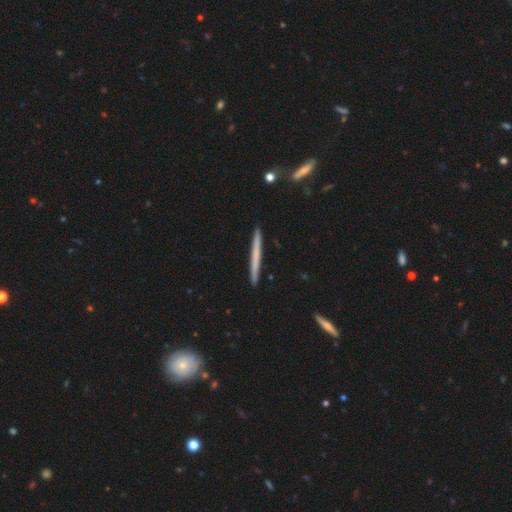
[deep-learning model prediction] smooth_or_featured: smooth (p=0.54) [alt: featured or disk p=0.41]
how_rounded: cigar-shaped (p=0.97) [alt: in between p=0.01]
merging: none (p=0.92) [alt: minor disturbance p=0.06]